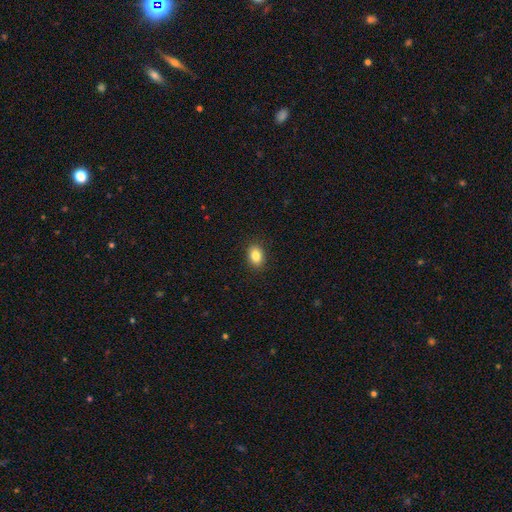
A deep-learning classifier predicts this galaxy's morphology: This is clearly a smooth galaxy (85%). How rounded: likely in between (75%). Merging: clearly none (90%).